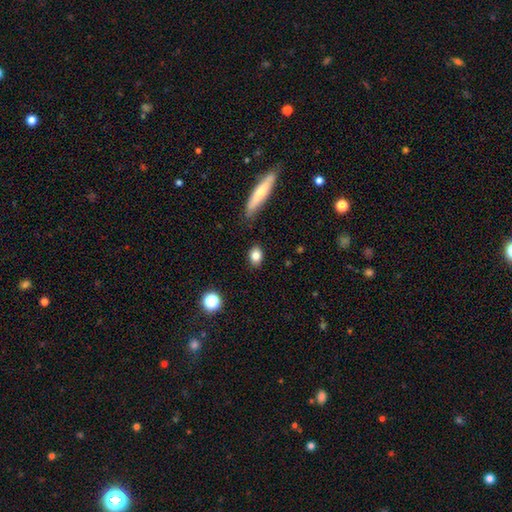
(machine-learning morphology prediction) Smooth or featured? smooth (82%)
How rounded? in between (66%)
Merging? none (86%)